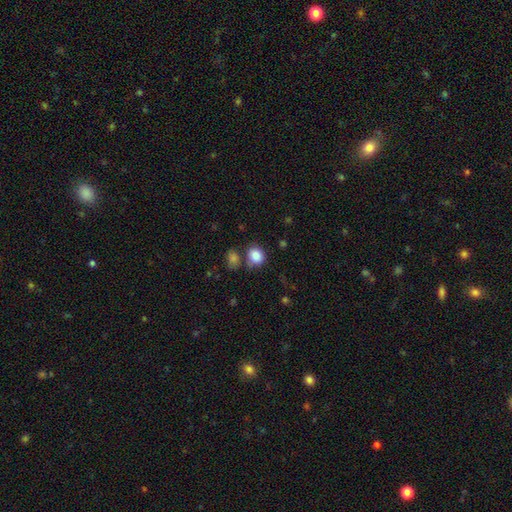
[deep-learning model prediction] smooth 86%, star or artifact 9%, featured or disk 5%. Down the decision tree: how rounded — round (59%); merging — none (63%).